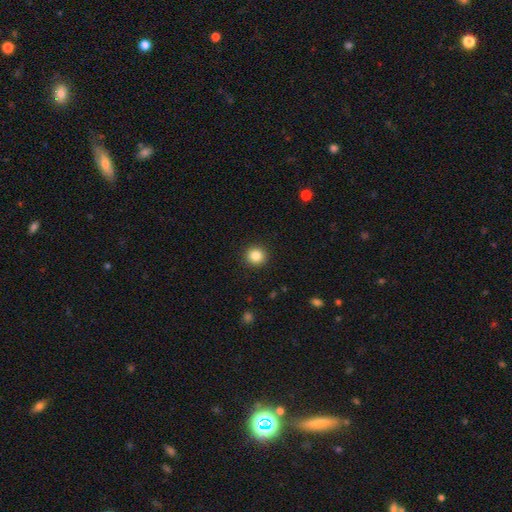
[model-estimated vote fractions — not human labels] A smooth galaxy with no disk features (85%) that is round (92%). Merging: none (92%).